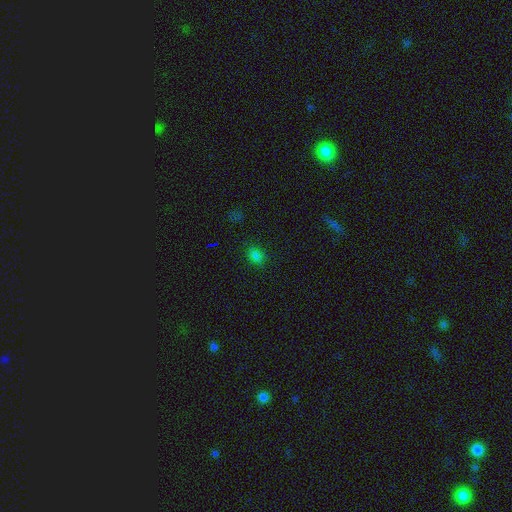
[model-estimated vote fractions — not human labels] smooth 79%, star or artifact 18%, featured or disk 4%. Down the decision tree: how rounded — in between (67%); merging — none (85%).